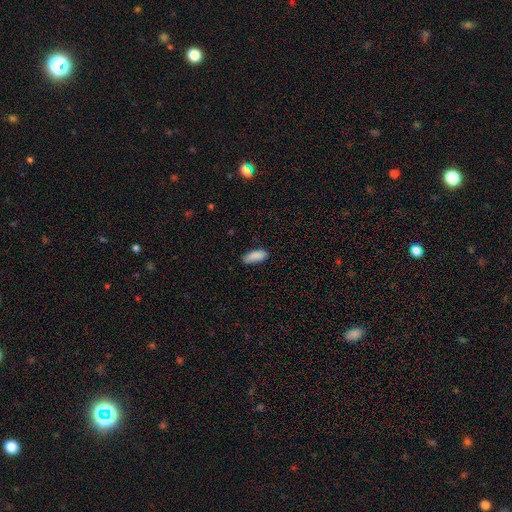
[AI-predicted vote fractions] A smooth galaxy with no disk features (88%) that is in between round and cigar-shaped (79%). Merging: none (75%).